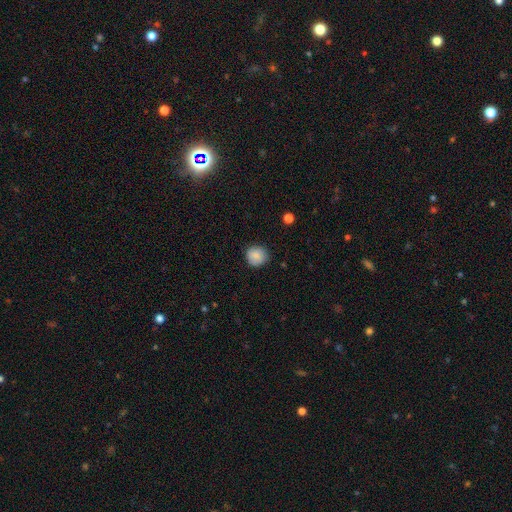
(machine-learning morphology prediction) Smooth or featured?
  - smooth: 85% *
  - star or artifact: 8%
  - featured or disk: 7%
How rounded?
  - round: 90% *
  - in between: 9%
  - cigar-shaped: 1%
Merging?
  - none: 85% *
  - minor disturbance: 11%
  - major disturbance: 2%
  - merger: 1%